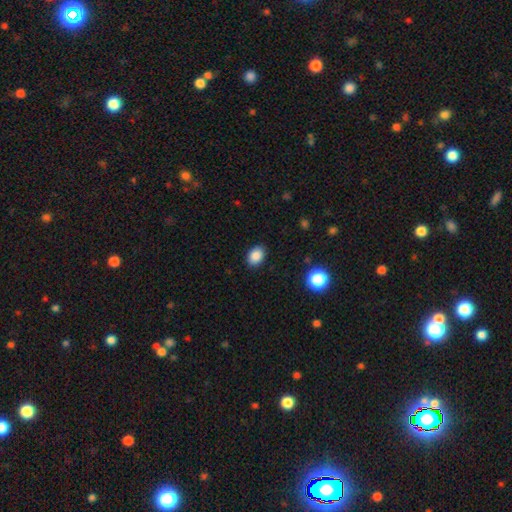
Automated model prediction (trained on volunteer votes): A smooth galaxy with no disk features (87%) that is in between round and cigar-shaped (74%). Merging: none (88%).